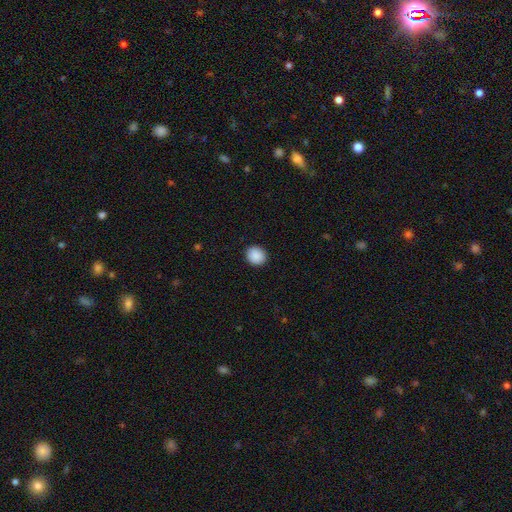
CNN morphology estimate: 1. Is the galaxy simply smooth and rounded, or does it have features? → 90% smooth, 8% star or artifact, 2% featured or disk.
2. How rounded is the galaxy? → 79% round, 20% in between, 1% cigar-shaped.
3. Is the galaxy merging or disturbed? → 91% none, 6% minor disturbance, 2% major disturbance, 1% merger.